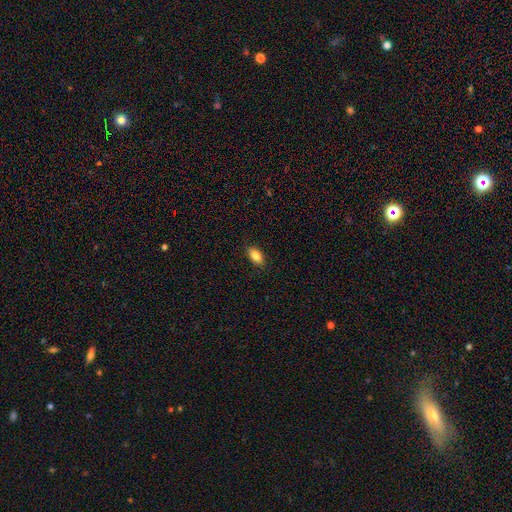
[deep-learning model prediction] Overall: smooth (84%). How rounded: in between (90%). Merging: none (88%).